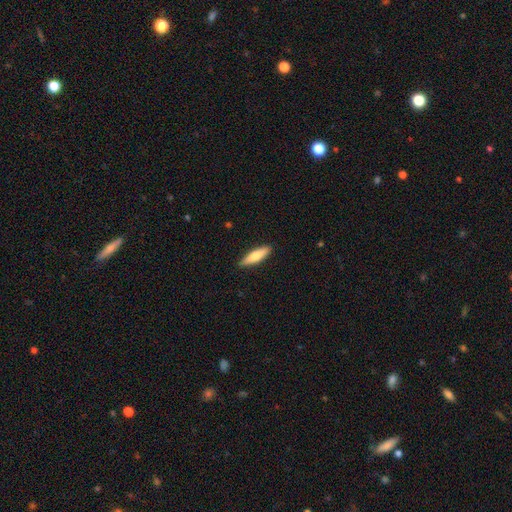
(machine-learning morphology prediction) This appears to be a smooth galaxy with no disk features (67%) that is cigar-shaped (69%). Merging: none (90%).